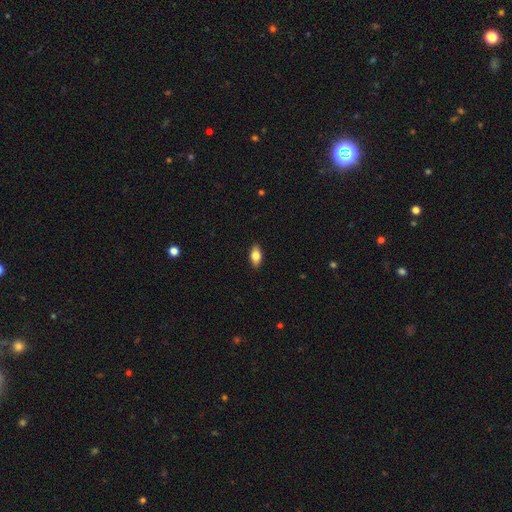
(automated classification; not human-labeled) A smooth galaxy with no disk features (80%) that is in between round and cigar-shaped (89%). Merging: none (89%).